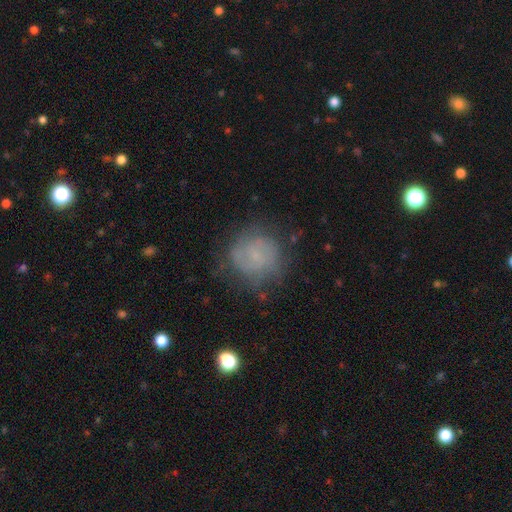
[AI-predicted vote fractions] This is possibly a smooth galaxy (49%). Merging: likely none (67%).